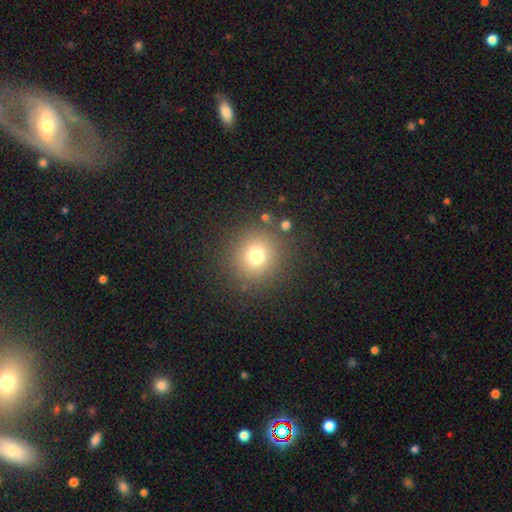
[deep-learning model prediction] smooth_or_featured: smooth (p=0.72) [alt: star or artifact p=0.18]
how_rounded: round (p=0.93) [alt: in between p=0.06]
merging: none (p=0.86) [alt: minor disturbance p=0.07]